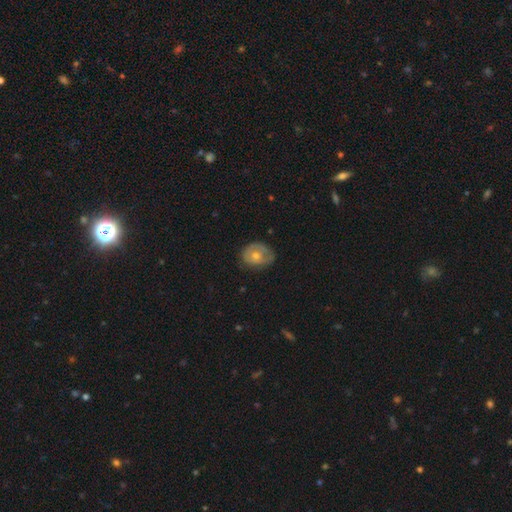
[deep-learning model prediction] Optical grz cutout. It shows a smooth galaxy with no disk features (50%). Merging: none (58%).